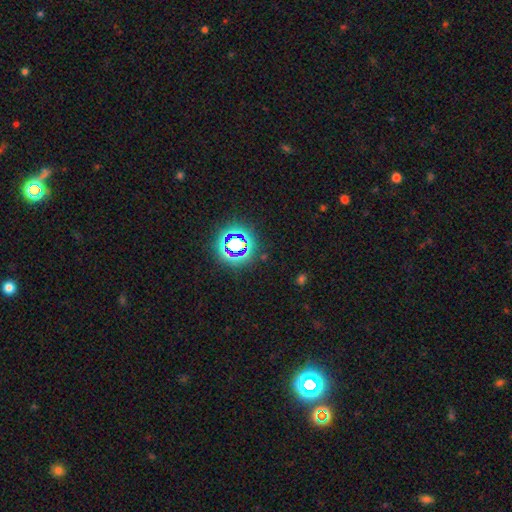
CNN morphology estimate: star or artifact 74%, smooth 19%, featured or disk 7%.